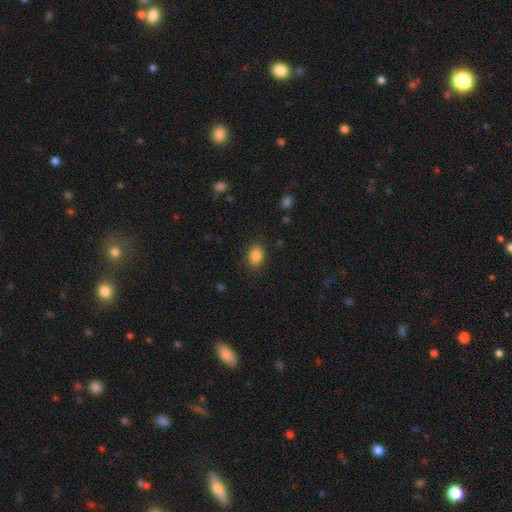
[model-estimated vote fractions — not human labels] A smooth galaxy with no disk features (86%) that is in between round and cigar-shaped (66%).

Vote fractions:
- Smooth or featured? smooth: 86% / star or artifact: 9% / featured or disk: 5%
- How rounded? in between: 66% / round: 33% / cigar-shaped: 1%
- Merging? none: 83% / minor disturbance: 12% / major disturbance: 4% / merger: 1%